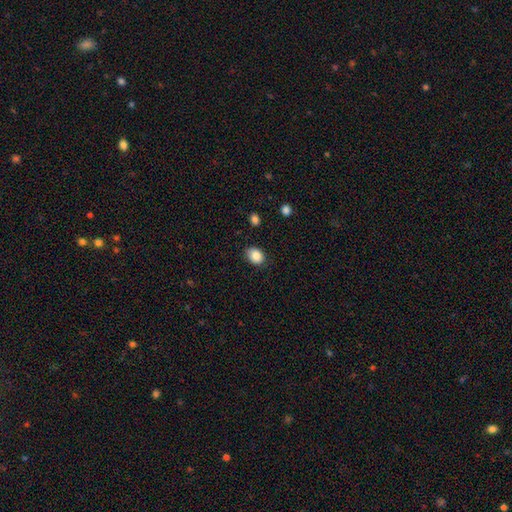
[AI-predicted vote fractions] smooth-or-featured: smooth: 87% | star or artifact: 9% | featured or disk: 4%
  how-rounded: in between: 60% | round: 39% | cigar-shaped: 1%
  merging: none: 81% | minor disturbance: 14% | major disturbance: 3% | merger: 1%